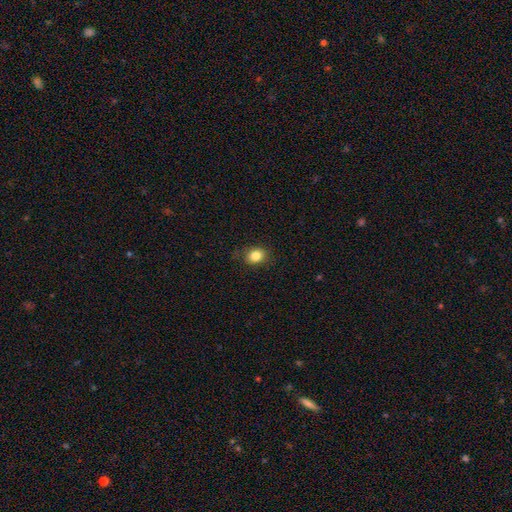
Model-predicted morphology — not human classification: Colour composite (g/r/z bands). It shows a smooth galaxy with no disk features (83%) that is round (52%). Merging: none (83%).